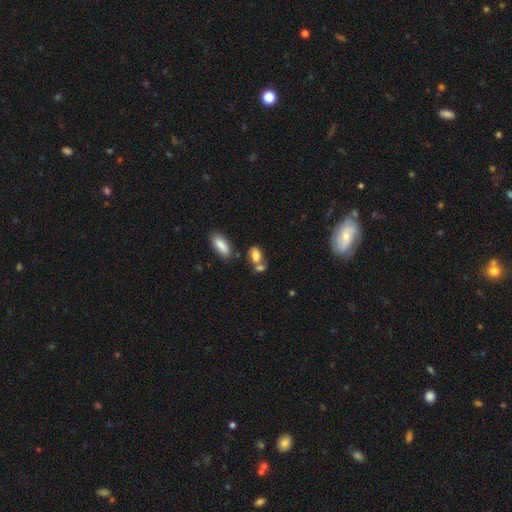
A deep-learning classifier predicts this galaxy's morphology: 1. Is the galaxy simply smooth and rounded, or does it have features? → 79% smooth, 11% featured or disk, 10% star or artifact.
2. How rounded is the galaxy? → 81% in between, 15% round, 4% cigar-shaped.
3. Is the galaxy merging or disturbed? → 45% none, 36% merger, 14% minor disturbance, 5% major disturbance.